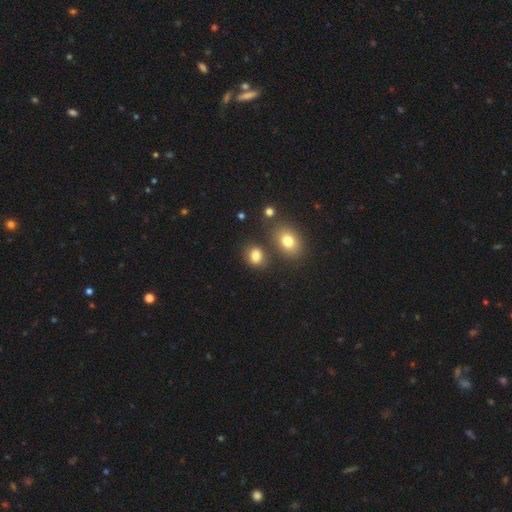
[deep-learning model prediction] Smooth or featured: smooth — 81% (star or artifact — 12%)
How rounded: round — 50% (in between — 49%)
Merging: none — 73% (minor disturbance — 12%)